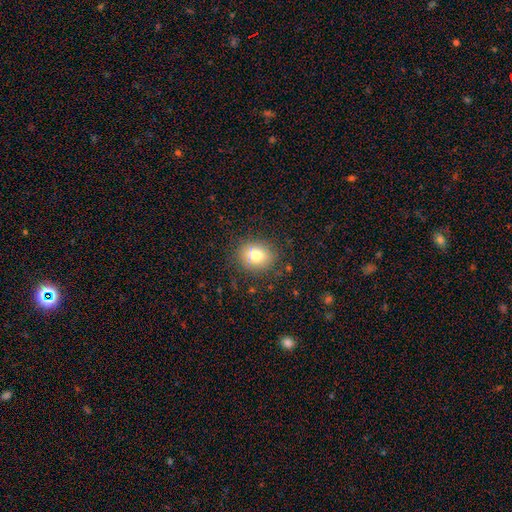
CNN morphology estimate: This appears to be a smooth galaxy with no disk features (75%) that is round (62%). Merging: none (84%).